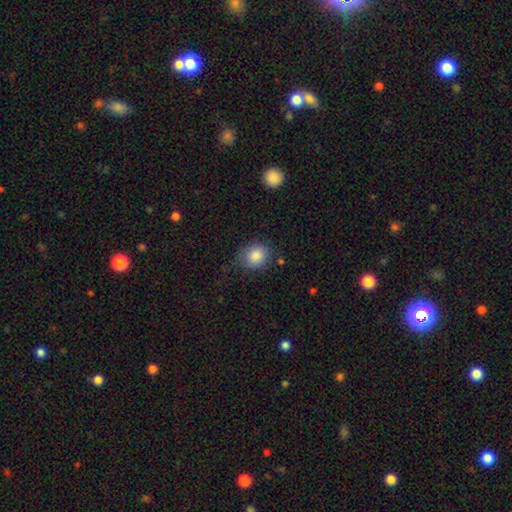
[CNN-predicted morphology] This is clearly a smooth galaxy (85%). How rounded: likely round (65%). Merging: likely none (74%).